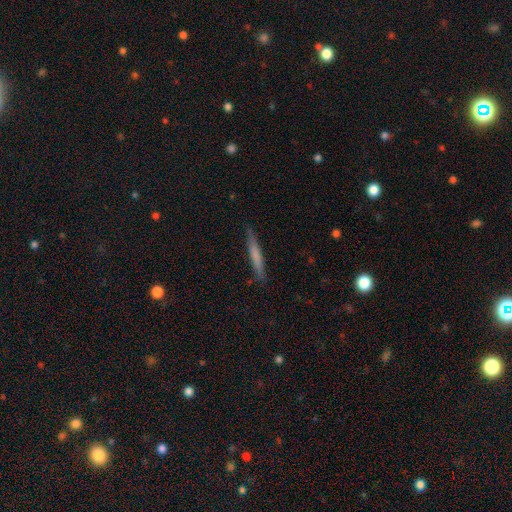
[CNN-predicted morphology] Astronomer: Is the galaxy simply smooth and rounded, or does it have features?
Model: smooth — 65%.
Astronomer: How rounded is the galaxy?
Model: cigar-shaped — 95%.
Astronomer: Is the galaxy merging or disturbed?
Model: none — 86%.